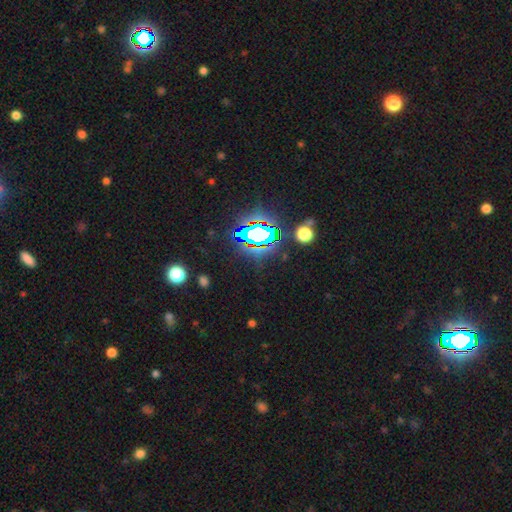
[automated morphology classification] Overall: star or artifact (78%).